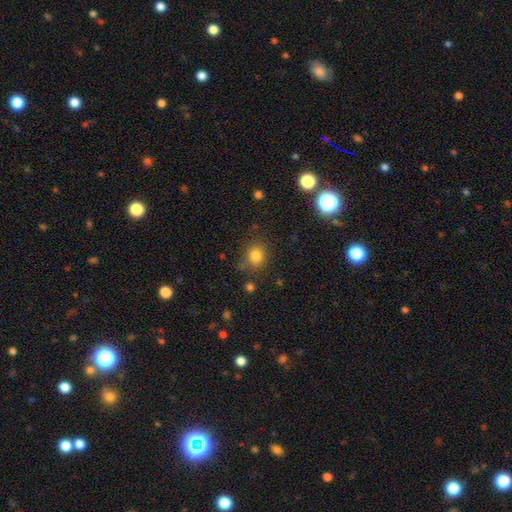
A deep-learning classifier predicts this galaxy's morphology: Smooth or featured: smooth — 80% (star or artifact — 13%)
How rounded: round — 76% (in between — 23%)
Merging: none — 80% (minor disturbance — 12%)